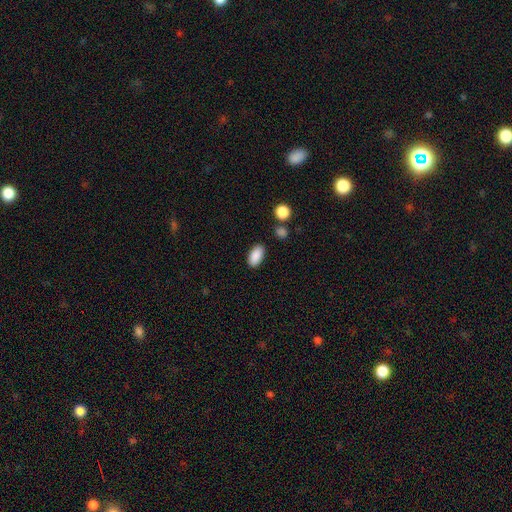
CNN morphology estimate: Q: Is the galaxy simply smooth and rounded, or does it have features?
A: smooth — 89%.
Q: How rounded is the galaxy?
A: in between — 93%.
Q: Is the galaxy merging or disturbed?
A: none — 86%.